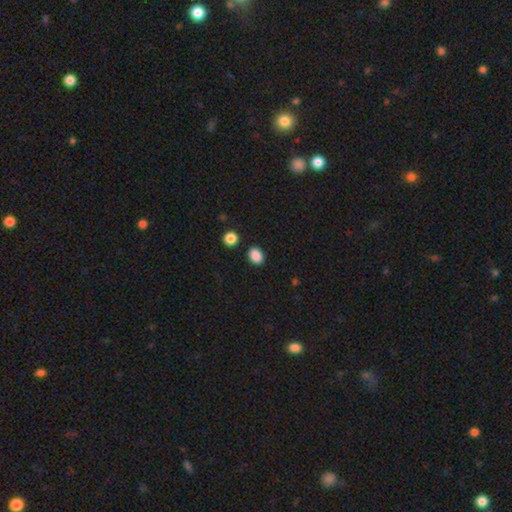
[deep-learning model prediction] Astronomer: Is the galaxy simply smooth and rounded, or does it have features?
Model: smooth — 88%.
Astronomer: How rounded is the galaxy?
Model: in between — 65%.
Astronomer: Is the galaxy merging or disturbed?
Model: none — 87%.